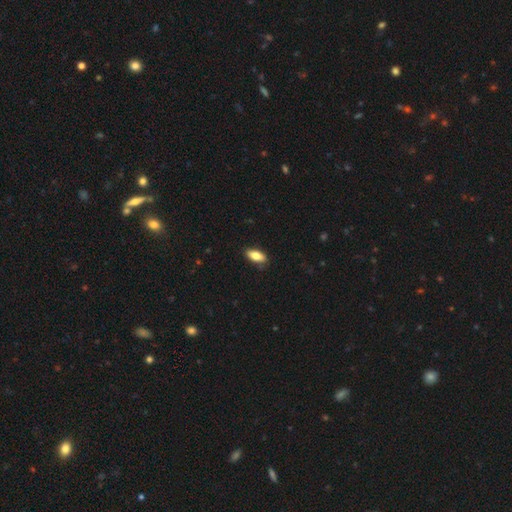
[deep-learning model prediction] The model was most divided on "smooth or featured": smooth: 81%, featured or disk: 13%, star or artifact: 7%. More confident: merging — none (85%); how rounded — in between (85%).